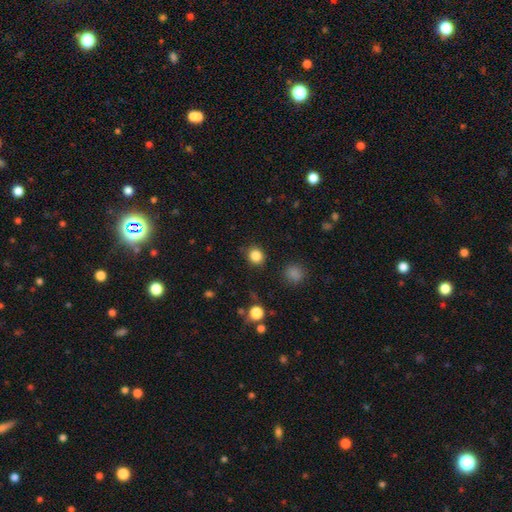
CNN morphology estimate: Smooth or featured?
  - smooth: 84% *
  - star or artifact: 11%
  - featured or disk: 4%
How rounded?
  - round: 82% *
  - in between: 17%
  - cigar-shaped: 1%
Merging?
  - none: 88% *
  - minor disturbance: 8%
  - major disturbance: 3%
  - merger: 2%